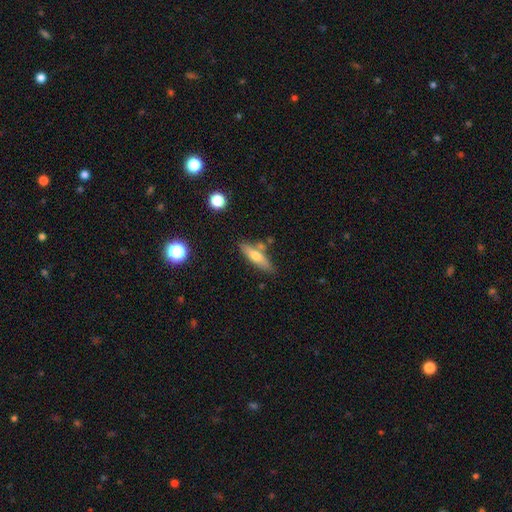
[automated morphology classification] Smooth or featured? smooth (60%)
How rounded? cigar-shaped (63%)
Merging? none (73%)